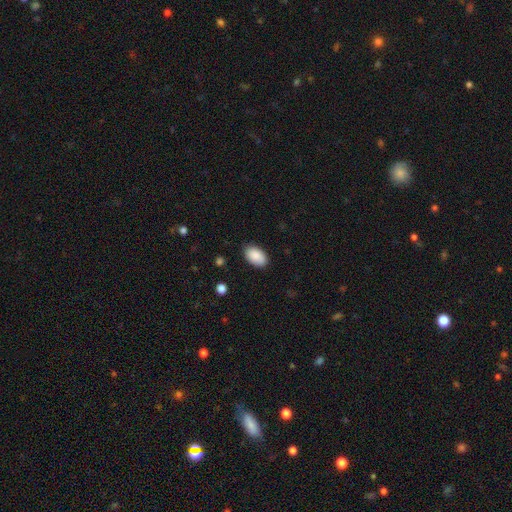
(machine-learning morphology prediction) smooth_or_featured: smooth (p=0.90) [alt: star or artifact p=0.06]
how_rounded: in between (p=0.93) [alt: round p=0.06]
merging: none (p=0.87) [alt: minor disturbance p=0.10]